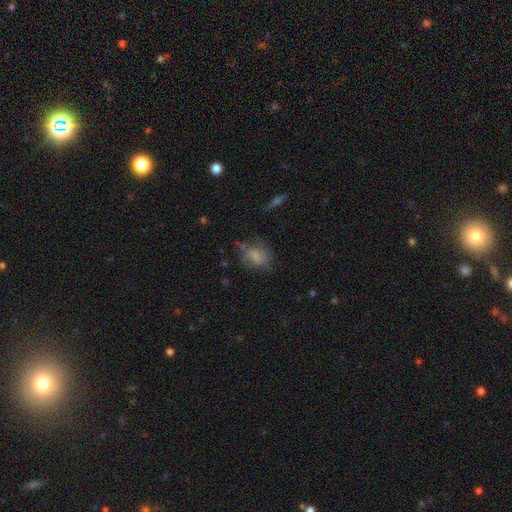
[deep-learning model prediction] Smooth or featured: smooth — 67% (featured or disk — 22%)
How rounded: in between — 54% (round — 44%)
Merging: none — 55% (minor disturbance — 26%)